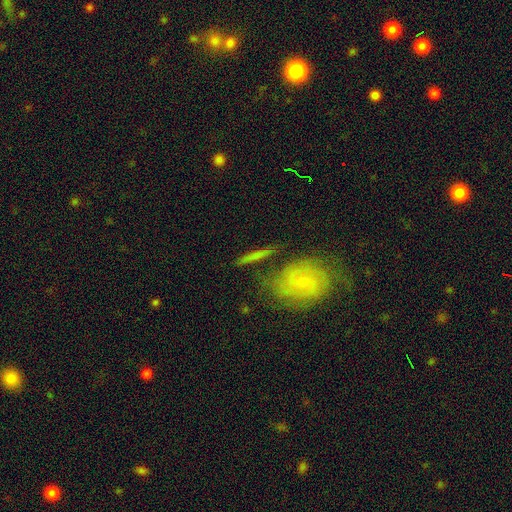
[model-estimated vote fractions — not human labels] Smooth or featured? smooth (50%)
Merging? none (74%)